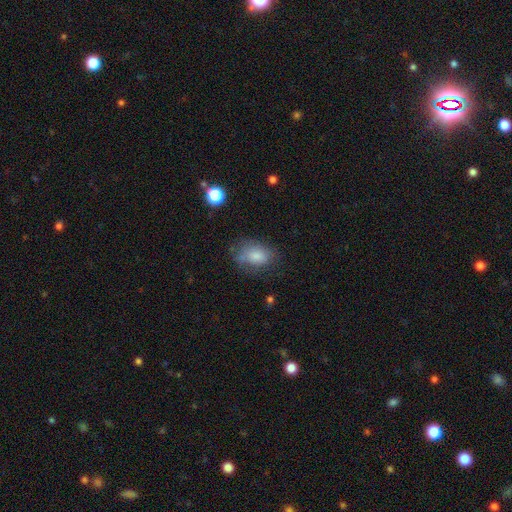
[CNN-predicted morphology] type=smooth (79%); roundness=in between (83%); merging=none (58%).